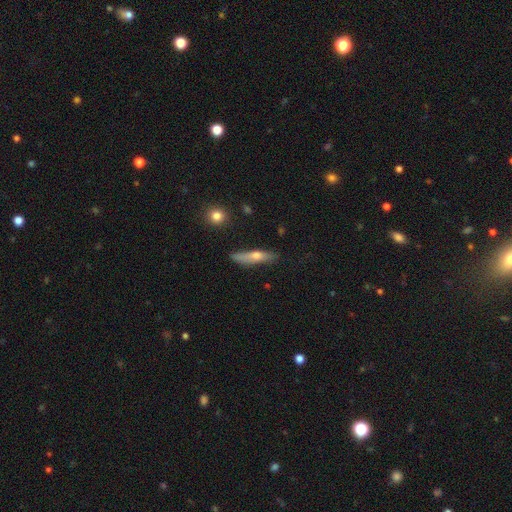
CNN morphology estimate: smooth_or_featured: smooth (p=0.50) [alt: featured or disk p=0.43]
how_rounded: cigar-shaped (p=0.83) [alt: in between p=0.15]
merging: none (p=0.77) [alt: minor disturbance p=0.17]